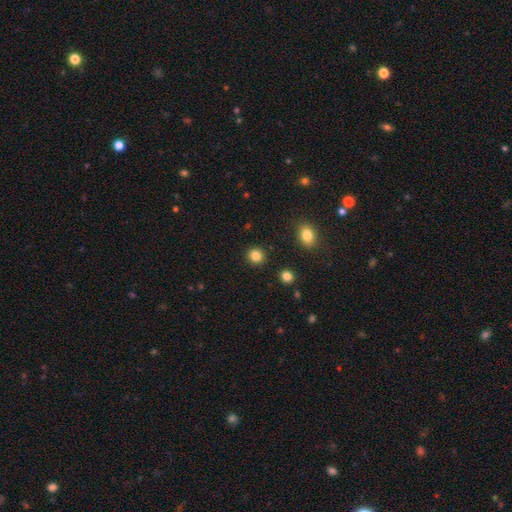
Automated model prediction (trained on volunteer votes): A smooth galaxy with no disk features (84%) that is round (89%).

Vote fractions:
- Smooth or featured? smooth: 84% / star or artifact: 12% / featured or disk: 4%
- How rounded? round: 89% / in between: 10% / cigar-shaped: 1%
- Merging? none: 91% / minor disturbance: 5% / merger: 2% / major disturbance: 2%